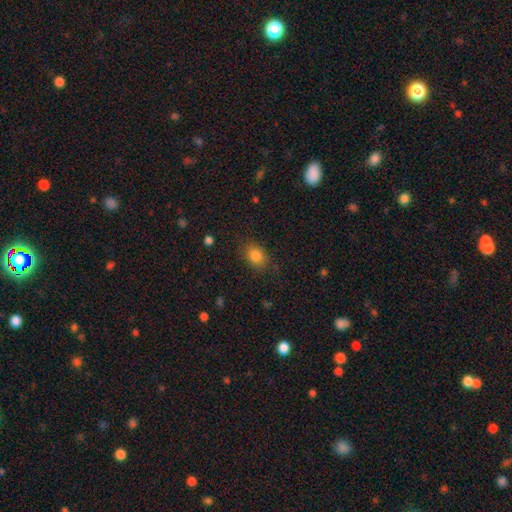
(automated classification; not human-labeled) Morphology: type=smooth (83%); roundness=in between (59%); merging=none (80%).